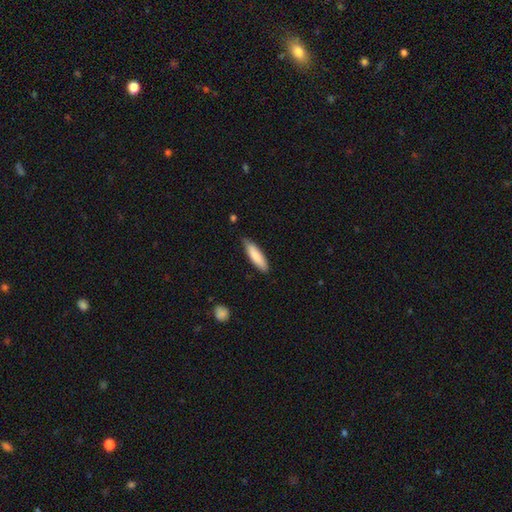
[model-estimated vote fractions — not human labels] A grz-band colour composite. It shows a smooth galaxy with no disk features (82%) that is cigar-shaped (65%). Merging: none (78%).